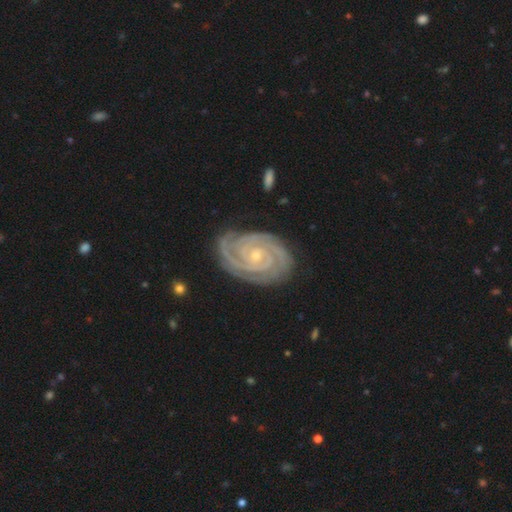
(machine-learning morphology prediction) A featured or disk galaxy (93%) with no bar (65%), 2 (60%) tight (87%) spiral arms (99%) and a small central bulge (73%). Merging: none (81%).